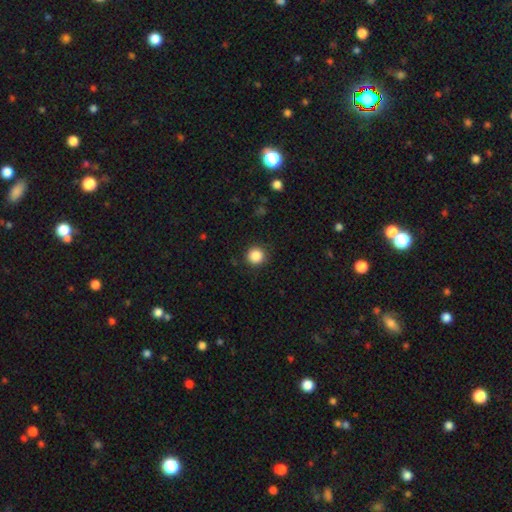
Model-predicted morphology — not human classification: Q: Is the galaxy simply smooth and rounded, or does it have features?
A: smooth — 86%.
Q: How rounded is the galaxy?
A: round — 95%.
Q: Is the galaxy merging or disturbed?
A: none — 90%.